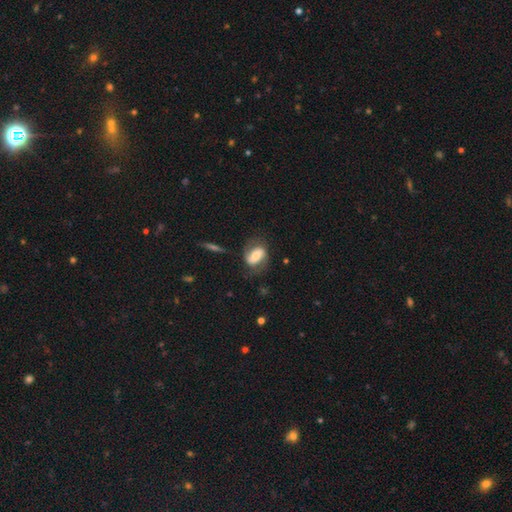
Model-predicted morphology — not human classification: Smooth or featured? featured or disk (56%)
Edge-on disk? no (95%)
Bar? strong (41%)
Spiral arms? yes (83%)
Bulge size? moderate (50%)
Merging? none (67%)